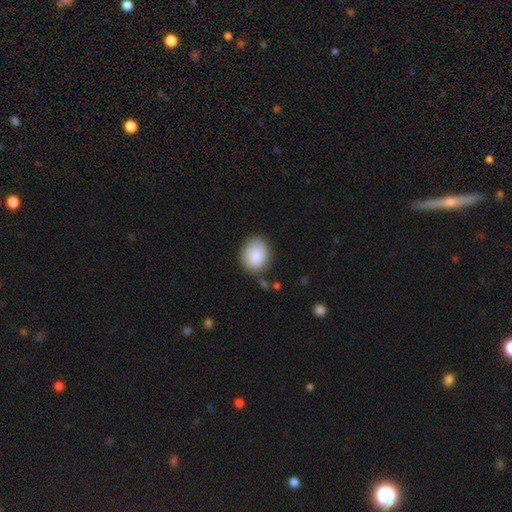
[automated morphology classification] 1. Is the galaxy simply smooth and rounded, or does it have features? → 88% smooth, 6% star or artifact, 6% featured or disk.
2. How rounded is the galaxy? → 55% round, 44% in between, 1% cigar-shaped.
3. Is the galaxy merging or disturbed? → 76% none, 16% minor disturbance, 4% major disturbance, 3% merger.